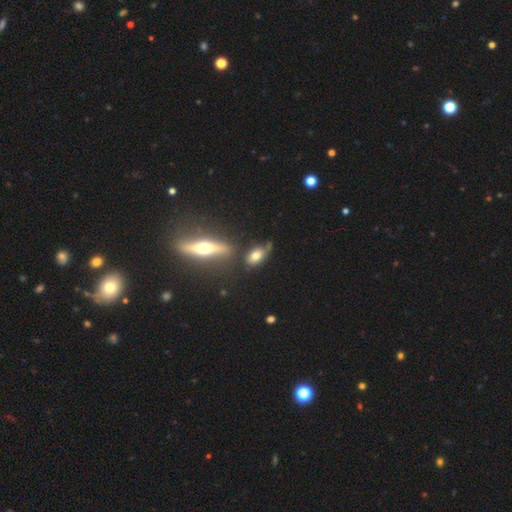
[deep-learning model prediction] smooth 65%, featured or disk 26%, star or artifact 9%. Down the decision tree: how rounded — in between (83%); merging — none (59%).